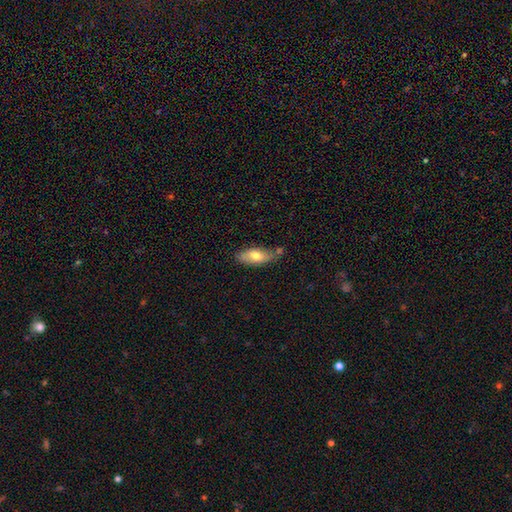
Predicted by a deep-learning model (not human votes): This is likely a smooth galaxy (69%). How rounded: clearly in between (82%). Merging: likely none (61%).